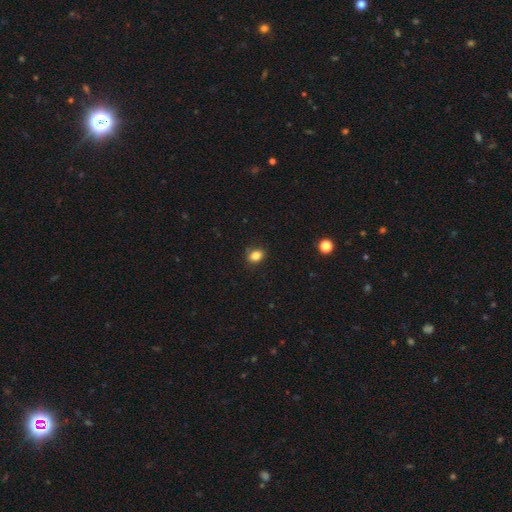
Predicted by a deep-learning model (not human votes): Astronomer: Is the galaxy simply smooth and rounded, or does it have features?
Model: smooth — 84%.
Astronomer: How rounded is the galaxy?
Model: in between — 63%.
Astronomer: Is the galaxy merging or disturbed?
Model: none — 85%.